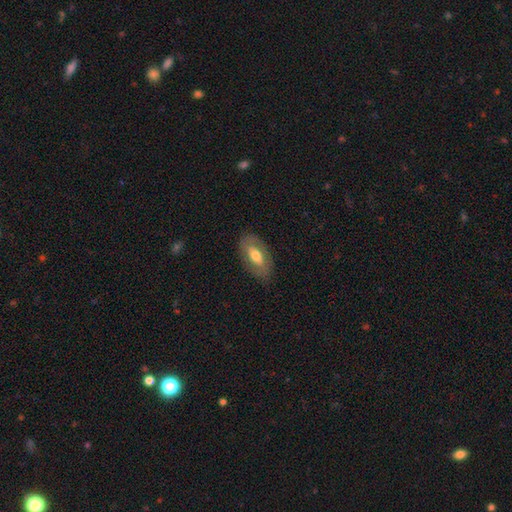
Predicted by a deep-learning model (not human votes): Smooth or featured? Predicted: smooth (p=0.53). How rounded? Predicted: in between (p=0.91). Merging? Predicted: none (p=0.81).